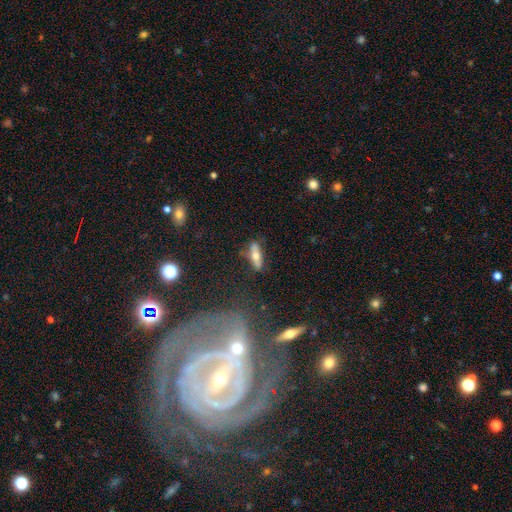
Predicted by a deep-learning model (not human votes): smooth 50%, featured or disk 41%, star or artifact 9%. Down the decision tree: merging — none (71%).